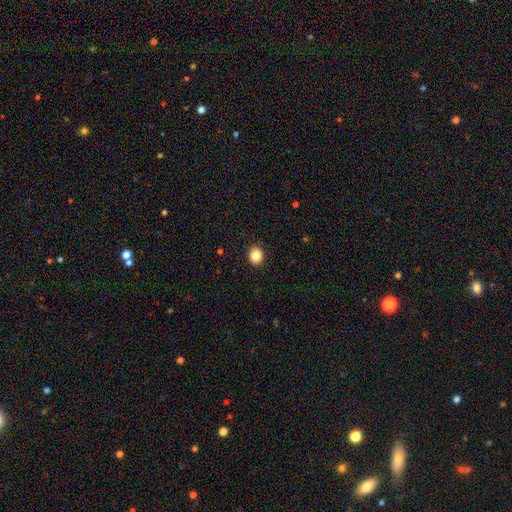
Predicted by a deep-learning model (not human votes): Q: Smooth or featured?
A: smooth (85%); runner-up: star or artifact (10%)
Q: How rounded?
A: round (62%); runner-up: in between (37%)
Q: Merging?
A: none (91%); runner-up: minor disturbance (6%)